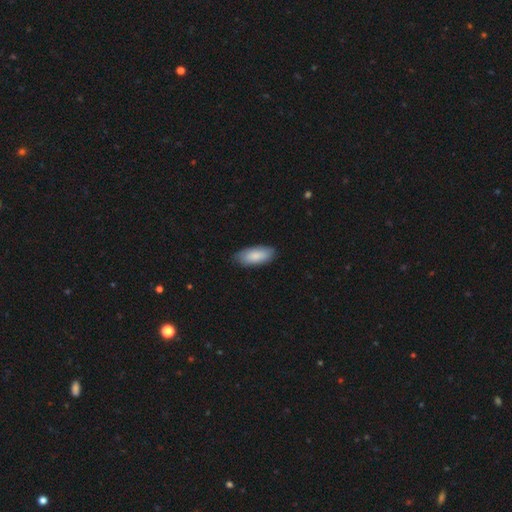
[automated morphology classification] Smooth or featured? Predicted: smooth (p=0.87). How rounded? Predicted: in between (p=0.87). Merging? Predicted: none (p=0.84).